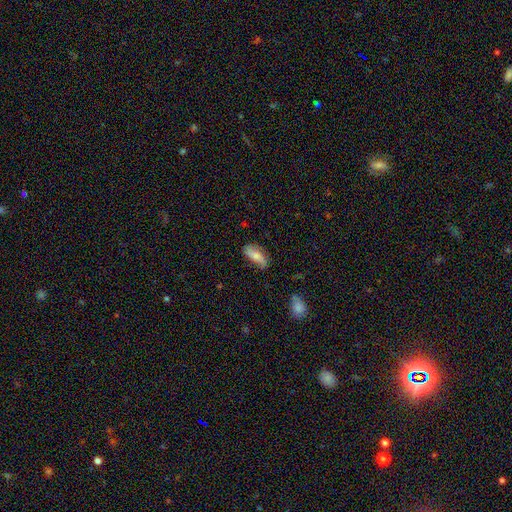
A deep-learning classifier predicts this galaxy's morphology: smooth 56%, featured or disk 37%, star or artifact 7%. Down the decision tree: how rounded — in between (78%); merging — none (66%).